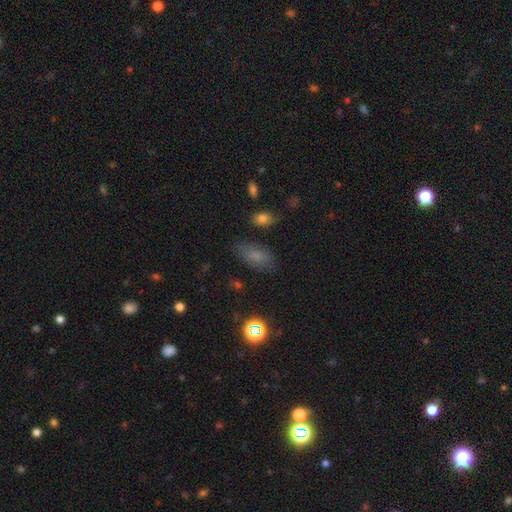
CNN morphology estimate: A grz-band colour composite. It shows a smooth galaxy with no disk features (72%) that is in between round and cigar-shaped (89%). Merging: none (76%).